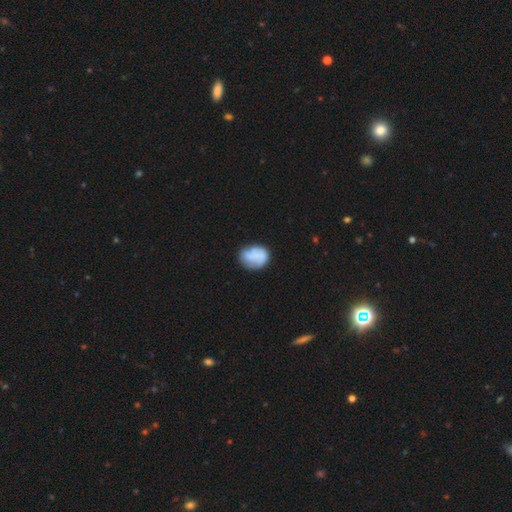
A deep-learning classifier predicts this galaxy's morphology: smooth 66%, featured or disk 26%, star or artifact 8%. Down the decision tree: how rounded — round (50%); merging — none (61%).